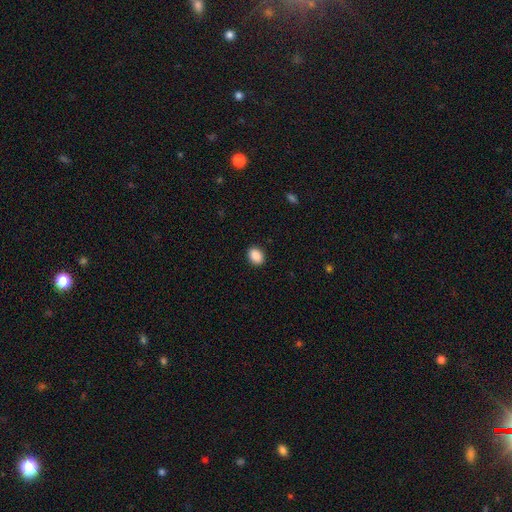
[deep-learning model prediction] smooth_or_featured: smooth (p=0.89) [alt: star or artifact p=0.08]
how_rounded: in between (p=0.69) [alt: round p=0.30]
merging: none (p=0.90) [alt: minor disturbance p=0.07]